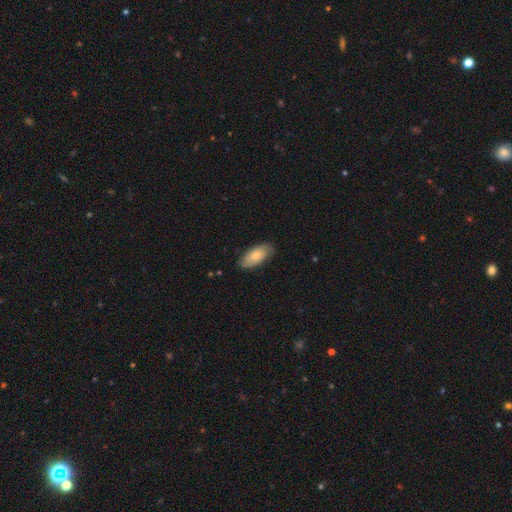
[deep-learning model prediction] smooth 62%, featured or disk 32%, star or artifact 6%. Down the decision tree: how rounded — in between (88%); merging — none (79%).